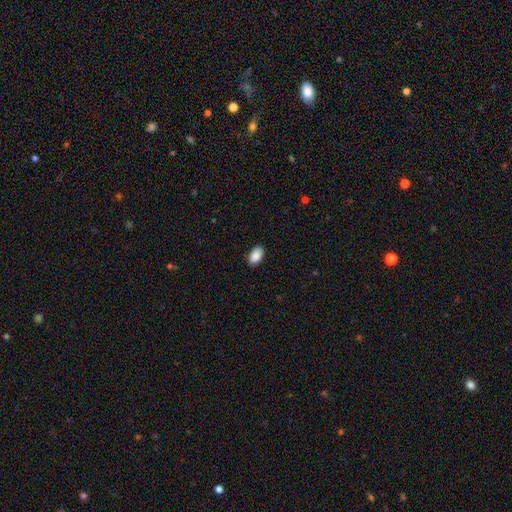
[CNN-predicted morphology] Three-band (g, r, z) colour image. It shows a smooth galaxy with no disk features (90%) that is in between round and cigar-shaped (94%). Merging: none (89%).